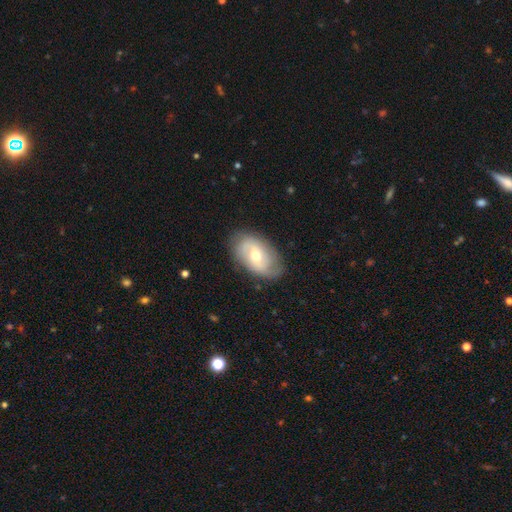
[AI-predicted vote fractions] A featured or disk galaxy (61%) with no bar (43%, tied with weak), spiral arms (76%) and a moderate central bulge (71%).

Vote fractions:
- Smooth or featured? featured or disk: 61% / smooth: 33% / star or artifact: 6%
- Edge-on disk? no: 93% / yes: 7%
- Bar? no: 43% (tied) / weak: 43% (tied) / strong: 13%
- Spiral arms? yes: 76% / no: 24%
- Bulge size? moderate: 71% / small: 21% / large: 6% / none: 1% / dominant: 1%
- Merging? none: 76% / minor disturbance: 18% / major disturbance: 5% / merger: 1%